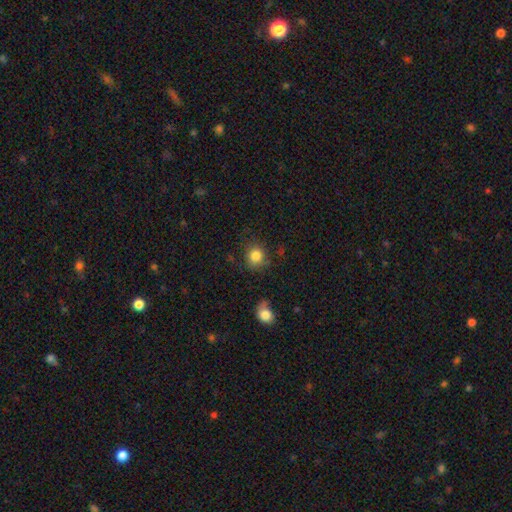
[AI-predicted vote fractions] Overall: smooth (84%). How rounded: round (84%). Merging: none (76%).